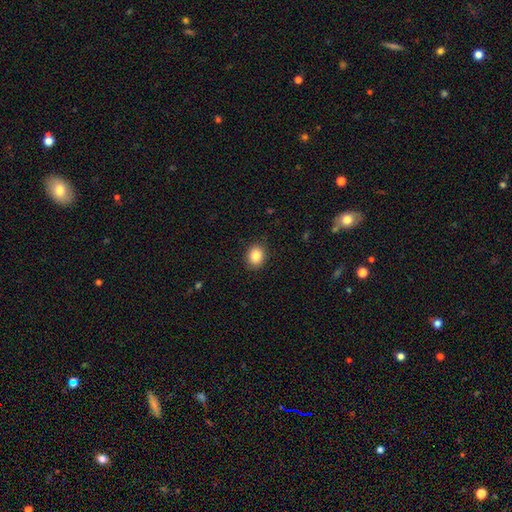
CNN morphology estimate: type=smooth (85%); roundness=round (58%); merging=none (89%).